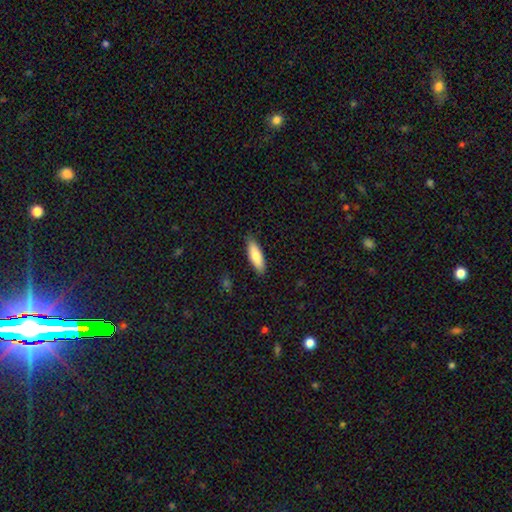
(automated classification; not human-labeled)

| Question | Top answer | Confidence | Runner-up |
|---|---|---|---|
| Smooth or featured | smooth | 77% | featured or disk (17%) |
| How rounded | in between | 54% | cigar-shaped (45%) |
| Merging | none | 87% | minor disturbance (10%) |